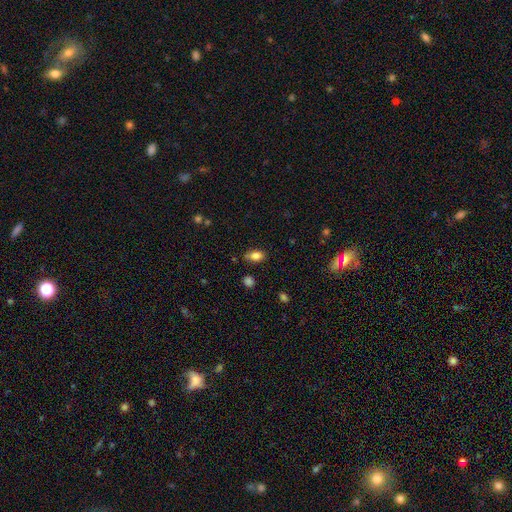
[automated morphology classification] Smooth or featured? Predicted: smooth (p=0.84). How rounded? Predicted: in between (p=0.83). Merging? Predicted: none (p=0.74).